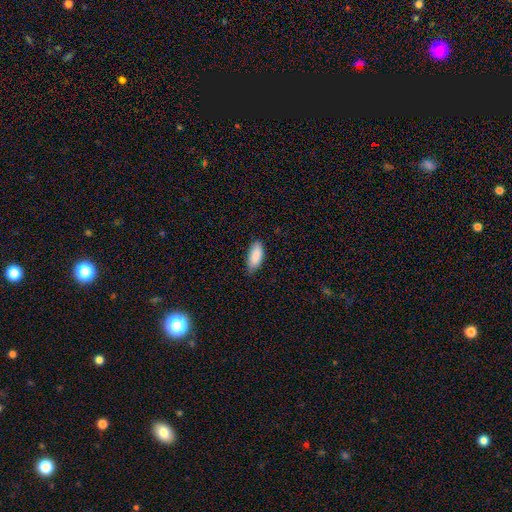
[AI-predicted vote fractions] The model was most divided on "merging": none: 77%, minor disturbance: 19%, major disturbance: 3%, merger: 1%. More confident: smooth or featured — smooth (89%); how rounded — in between (87%).